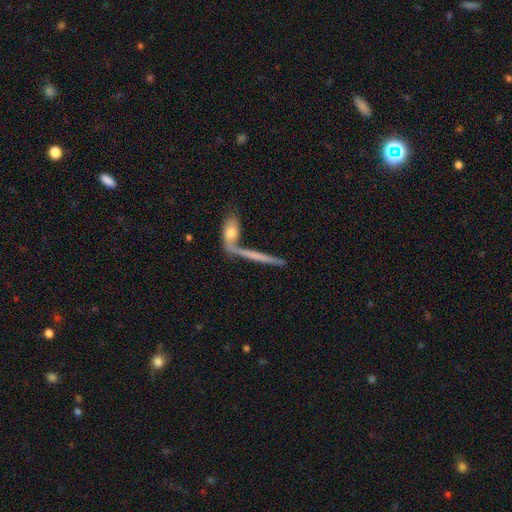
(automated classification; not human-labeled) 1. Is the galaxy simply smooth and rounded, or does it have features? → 50% featured or disk, 41% smooth, 8% star or artifact.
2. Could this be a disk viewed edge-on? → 80% yes, 20% no.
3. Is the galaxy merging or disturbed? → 45% none, 39% merger, 10% minor disturbance, 7% major disturbance.